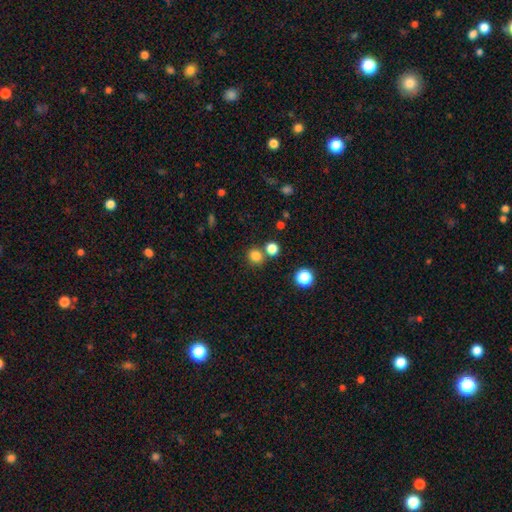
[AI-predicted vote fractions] smooth 81%, star or artifact 15%, featured or disk 4%. Down the decision tree: how rounded — round (85%); merging — none (73%).